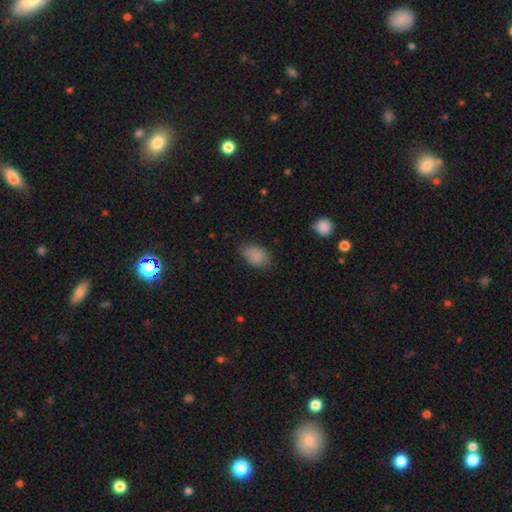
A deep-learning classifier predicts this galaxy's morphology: Overall: smooth (88%). How rounded: in between (85%). Merging: none (77%).